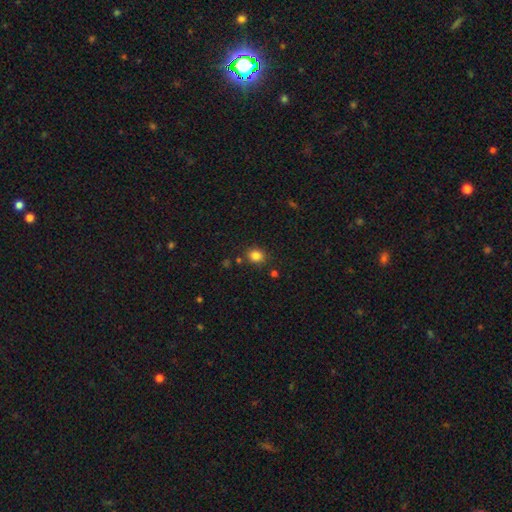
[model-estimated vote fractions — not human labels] This appears to be a smooth galaxy with no disk features (83%) that is round (66%). Merging: none (83%).